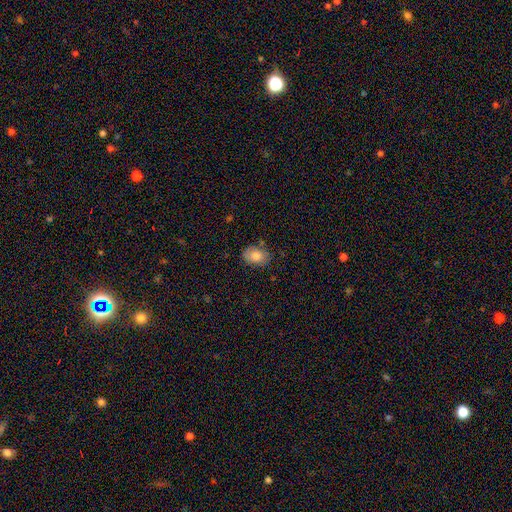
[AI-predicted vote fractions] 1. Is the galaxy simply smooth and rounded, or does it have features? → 80% smooth, 13% featured or disk, 8% star or artifact.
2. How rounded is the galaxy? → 78% in between, 21% round, 1% cigar-shaped.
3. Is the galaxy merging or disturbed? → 77% none, 17% minor disturbance, 4% major disturbance, 2% merger.